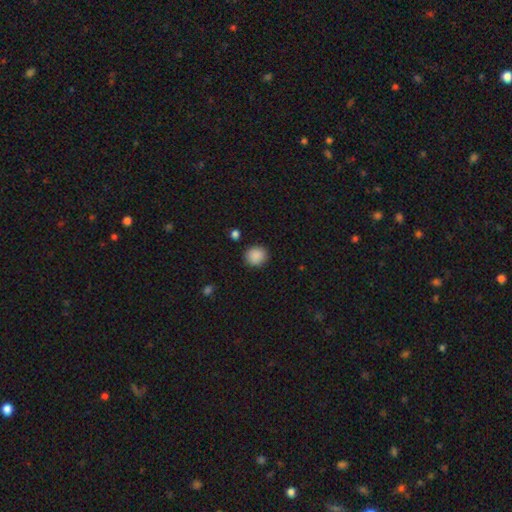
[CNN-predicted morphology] Q: Smooth or featured?
A: smooth (89%); runner-up: star or artifact (8%)
Q: How rounded?
A: round (85%); runner-up: in between (14%)
Q: Merging?
A: none (89%); runner-up: minor disturbance (7%)